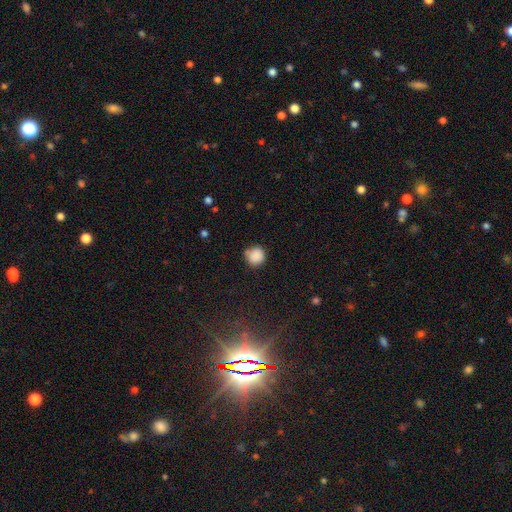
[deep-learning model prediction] This appears to be a smooth galaxy with no disk features (86%) that is round (91%). Merging: none (75%).